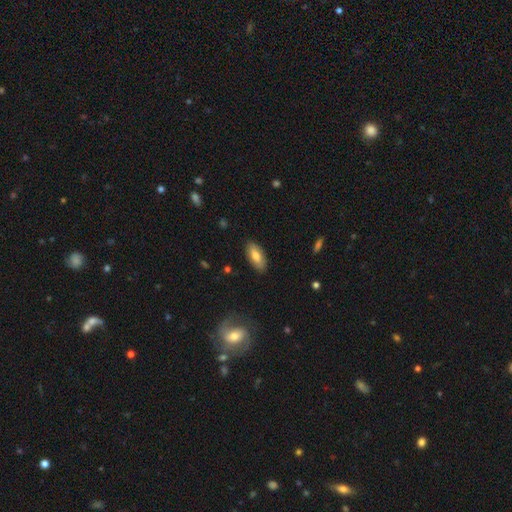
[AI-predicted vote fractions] A smooth galaxy with no disk features (72%) that is in between round and cigar-shaped (88%).

Vote fractions:
- Smooth or featured? smooth: 72% / featured or disk: 21% / star or artifact: 7%
- How rounded? in between: 88% / cigar-shaped: 9% / round: 2%
- Merging? none: 86% / minor disturbance: 11% / major disturbance: 2% / merger: 1%